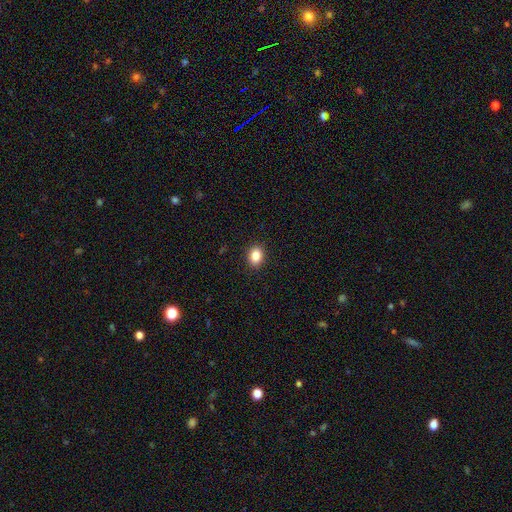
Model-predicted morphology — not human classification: This appears to be a smooth galaxy with no disk features (86%) that is in between round and cigar-shaped (64%). Merging: none (90%).